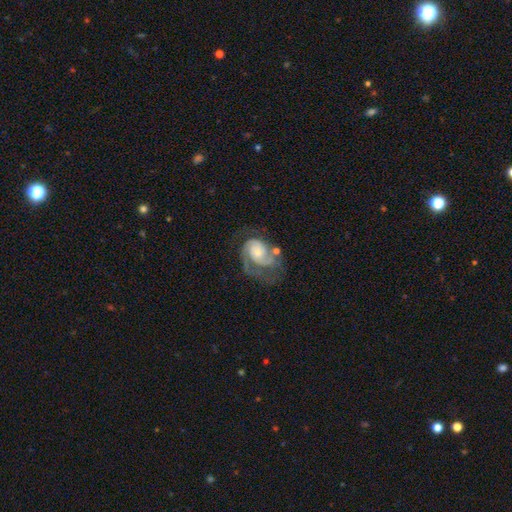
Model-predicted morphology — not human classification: Smooth or featured? featured or disk (82%)
Edge-on disk? no (98%)
Bar? no (70%)
Spiral arms? yes (94%)
Spiral winding? tight (44%)
Spiral arm count? 2 (57%)
Bulge size? small (51%)
Merging? none (46%)